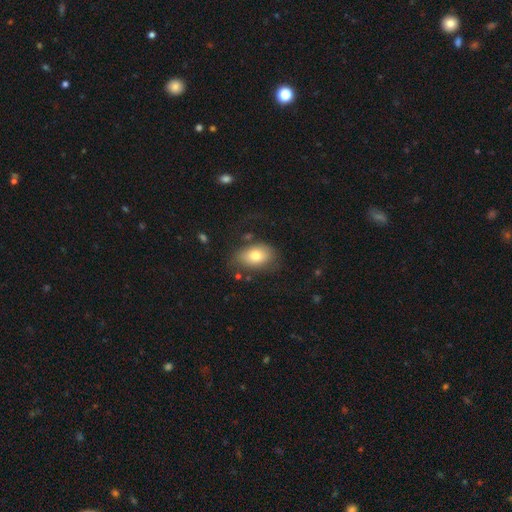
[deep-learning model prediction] smooth_or_featured: smooth (p=0.75) [alt: featured or disk p=0.16]
how_rounded: in between (p=0.84) [alt: round p=0.15]
merging: none (p=0.67) [alt: minor disturbance p=0.20]